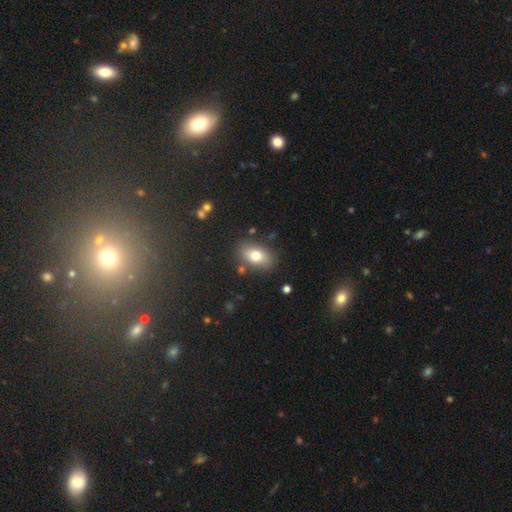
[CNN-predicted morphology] smooth 75%, featured or disk 15%, star or artifact 9%. Down the decision tree: how rounded — in between (85%); merging — none (81%).